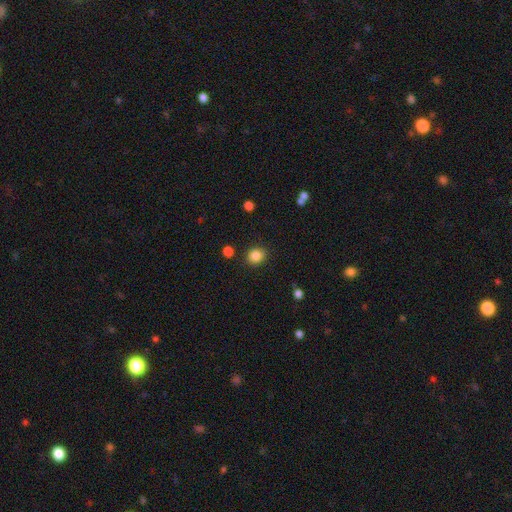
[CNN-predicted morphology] This appears to be a smooth galaxy with no disk features (86%) that is round (73%). Merging: none (87%).